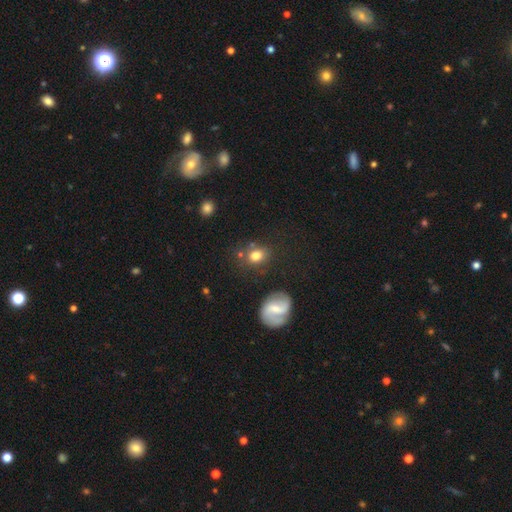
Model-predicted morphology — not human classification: The model was most divided on "how rounded": round: 61%, in between: 38%, cigar-shaped: 1%. More confident: smooth or featured — smooth (74%); merging — none (73%).